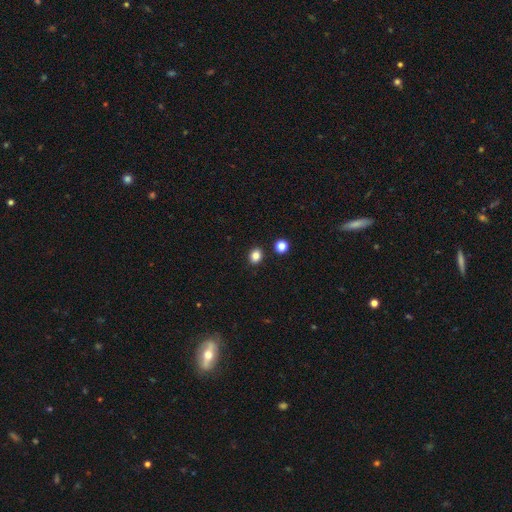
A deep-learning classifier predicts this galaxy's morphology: Smooth or featured? smooth (82%)
How rounded? round (56%)
Merging? none (87%)